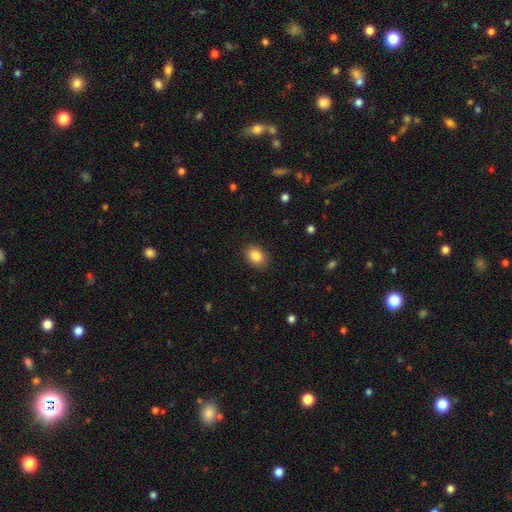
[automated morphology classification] A smooth galaxy with no disk features (87%) that is in between round and cigar-shaped (71%). Merging: none (88%).